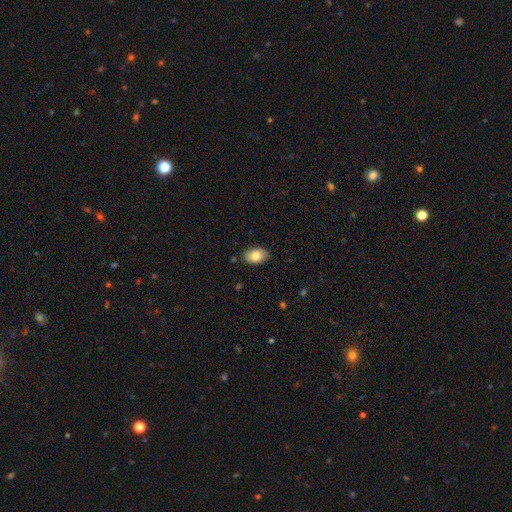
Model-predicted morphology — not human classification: A smooth galaxy with no disk features (81%) that is in between round and cigar-shaped (92%). Merging: none (85%).